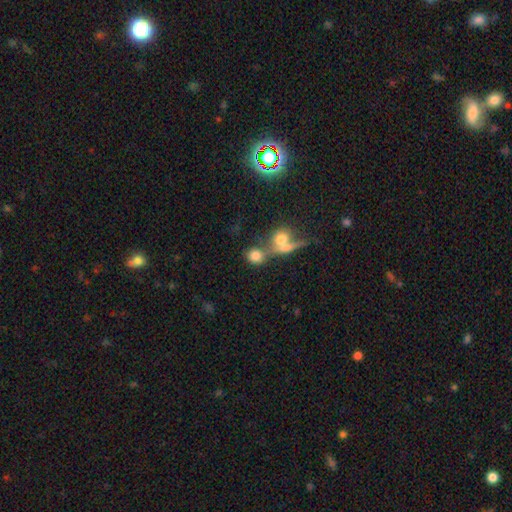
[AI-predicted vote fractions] The model was most divided on "merging": none: 45%, merger: 38%, minor disturbance: 10%, major disturbance: 7%. More confident: smooth or featured — smooth (76%); how rounded — round (70%).